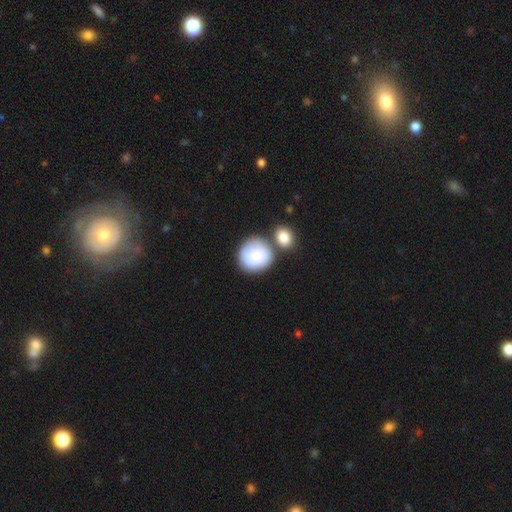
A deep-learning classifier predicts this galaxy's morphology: Q: Smooth or featured?
A: smooth (78%); runner-up: featured or disk (15%)
Q: How rounded?
A: round (88%); runner-up: in between (11%)
Q: Merging?
A: none (53%); runner-up: merger (28%)